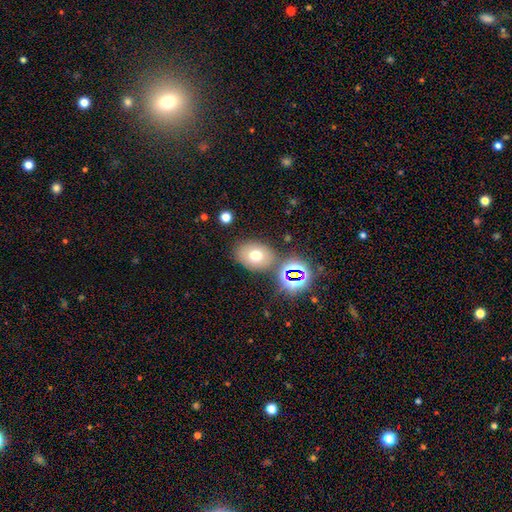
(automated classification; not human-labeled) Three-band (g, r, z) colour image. It shows a smooth galaxy with no disk features (67%) that is in between round and cigar-shaped (66%). Merging: none (75%).